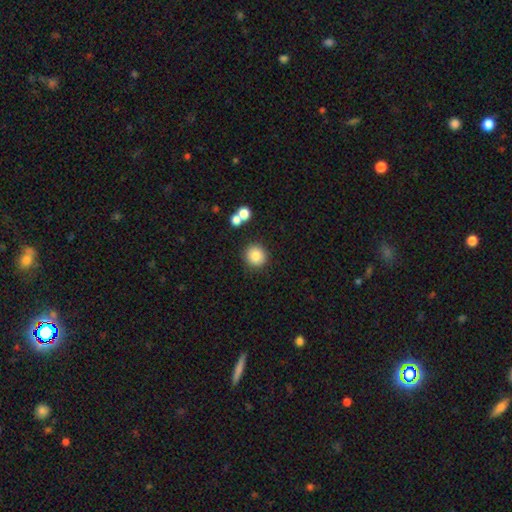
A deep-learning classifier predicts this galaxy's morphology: Smooth or featured? smooth (84%)
How rounded? round (93%)
Merging? none (85%)